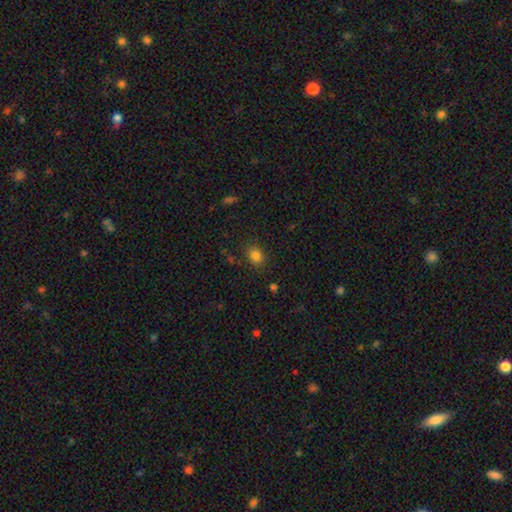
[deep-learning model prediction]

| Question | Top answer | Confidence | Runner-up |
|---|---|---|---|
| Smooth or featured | smooth | 81% | star or artifact (14%) |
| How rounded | in between | 53% | round (46%) |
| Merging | none | 83% | minor disturbance (11%) |